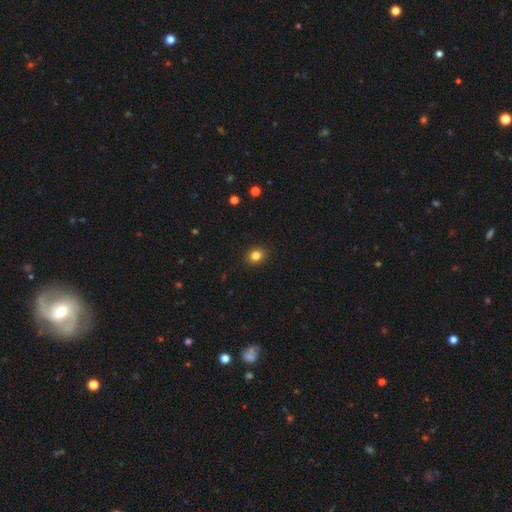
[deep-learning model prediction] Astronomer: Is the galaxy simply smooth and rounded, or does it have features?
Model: smooth — 83%.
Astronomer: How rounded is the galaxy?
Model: round — 67%.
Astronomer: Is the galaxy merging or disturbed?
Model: none — 91%.